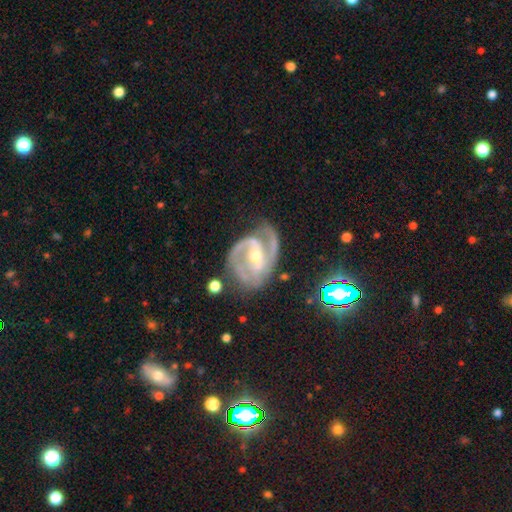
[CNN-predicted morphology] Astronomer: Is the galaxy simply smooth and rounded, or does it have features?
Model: featured or disk — 90%.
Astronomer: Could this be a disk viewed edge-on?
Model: no — 97%.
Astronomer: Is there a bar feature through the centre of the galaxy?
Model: strong — 42% (runner-up: weak, 39%).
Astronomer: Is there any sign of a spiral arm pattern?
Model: yes — 97%.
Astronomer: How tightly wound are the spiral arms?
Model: medium — 53% (runner-up: tight, 35%).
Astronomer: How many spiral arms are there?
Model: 2 — 77%.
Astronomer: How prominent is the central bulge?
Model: small — 54% (runner-up: moderate, 43%).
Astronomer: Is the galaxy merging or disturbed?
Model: none — 63%.